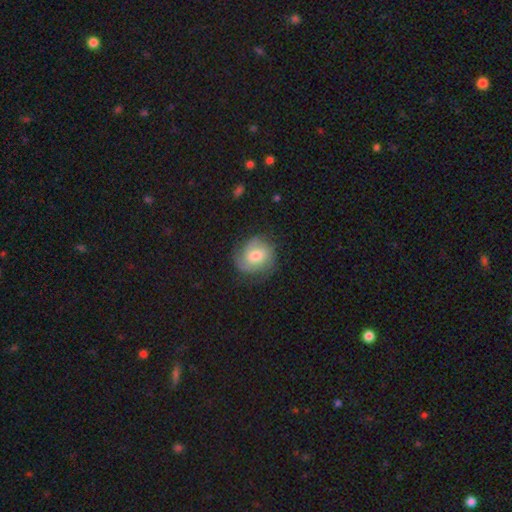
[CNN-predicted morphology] Smooth or featured: featured or disk — 63% (smooth — 30%)
Edge-on disk: no — 97% (yes — 3%)
Bar: no — 55% (weak — 37%)
Spiral arms: yes — 92% (no — 8%)
Spiral winding: tight — 53% (medium — 35%)
Spiral arm count: 2 — 43% (can't tell — 22%)
Bulge size: moderate — 62% (small — 25%)
Merging: none — 72% (minor disturbance — 19%)